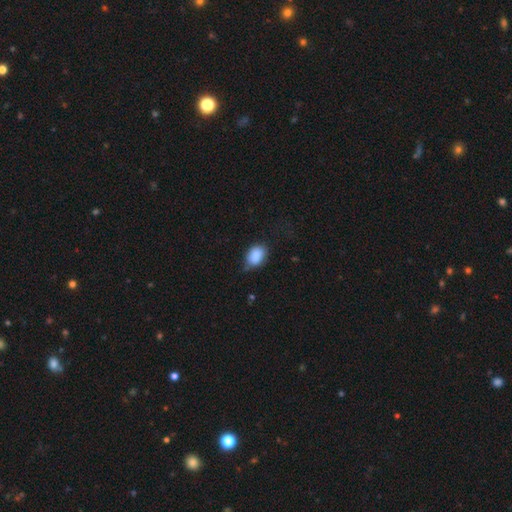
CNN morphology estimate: type=smooth (87%); roundness=in between (75%); merging=none (60%).